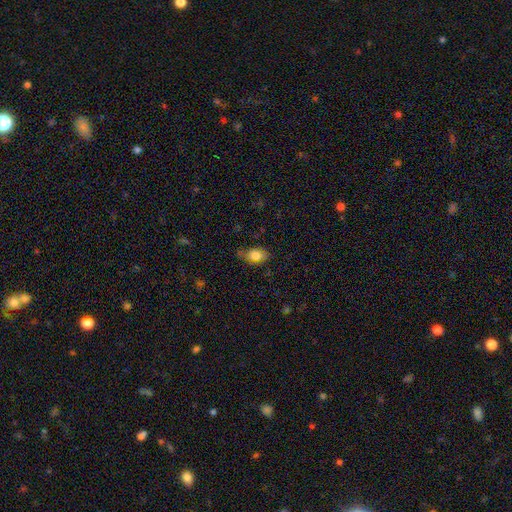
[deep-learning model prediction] Morphology: type=smooth (79%); roundness=in between (84%); merging=none (68%).